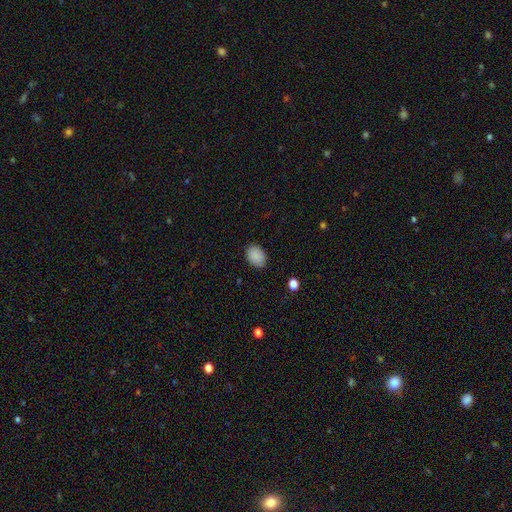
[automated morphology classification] Smooth or featured? Predicted: smooth (p=0.89). How rounded? Predicted: in between (p=0.72). Merging? Predicted: none (p=0.86).